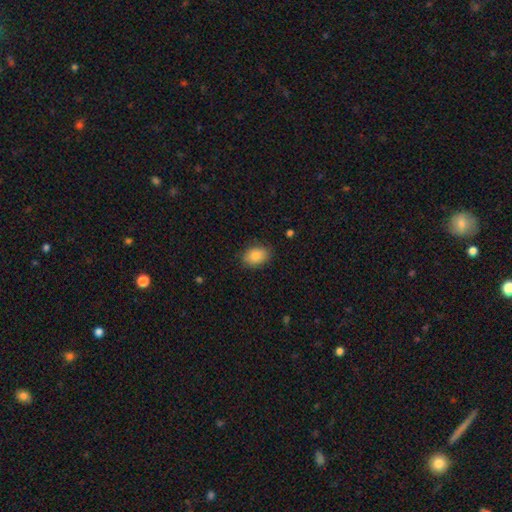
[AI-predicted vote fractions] smooth_or_featured: smooth (p=0.86) [alt: star or artifact p=0.08]
how_rounded: in between (p=0.81) [alt: round p=0.18]
merging: none (p=0.85) [alt: minor disturbance p=0.11]